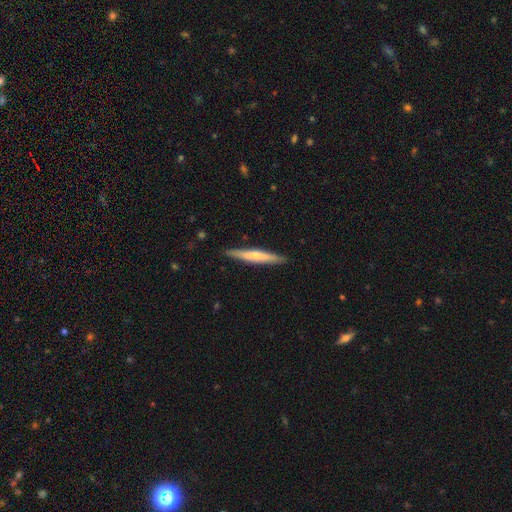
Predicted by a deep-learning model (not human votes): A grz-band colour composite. It shows a smooth galaxy with no disk features (48%). Merging: none (90%).